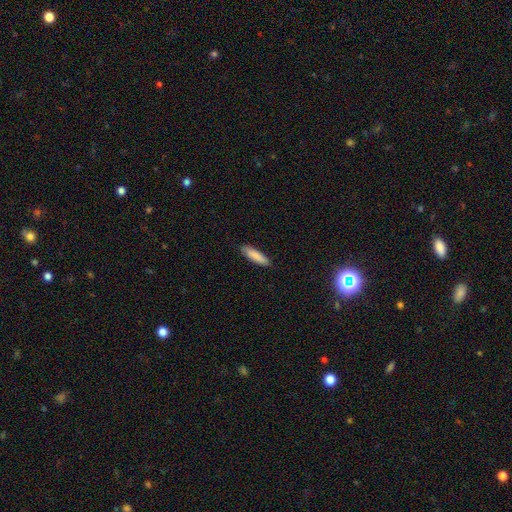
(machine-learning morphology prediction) Smooth or featured?
  - smooth: 86% *
  - featured or disk: 8%
  - star or artifact: 6%
How rounded?
  - cigar-shaped: 67% *
  - in between: 32%
  - round: 1%
Merging?
  - none: 86% *
  - minor disturbance: 11%
  - major disturbance: 2%
  - merger: 1%